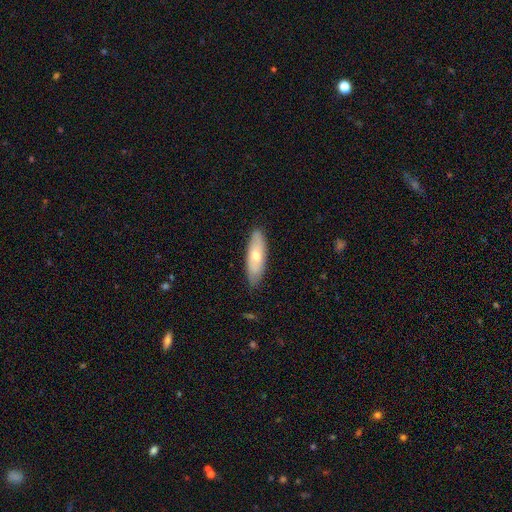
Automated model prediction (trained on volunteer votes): smooth_or_featured: smooth (p=0.59) [alt: featured or disk p=0.35]
how_rounded: in between (p=0.56) [alt: cigar-shaped p=0.42]
merging: none (p=0.85) [alt: minor disturbance p=0.12]